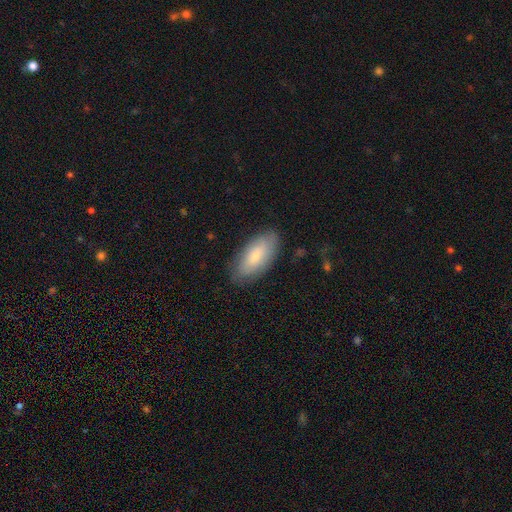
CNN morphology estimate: Smooth or featured?
  - smooth: 74% *
  - featured or disk: 21%
  - star or artifact: 6%
How rounded?
  - in between: 89% *
  - cigar-shaped: 9%
  - round: 2%
Merging?
  - none: 82% *
  - minor disturbance: 13%
  - major disturbance: 3%
  - merger: 1%